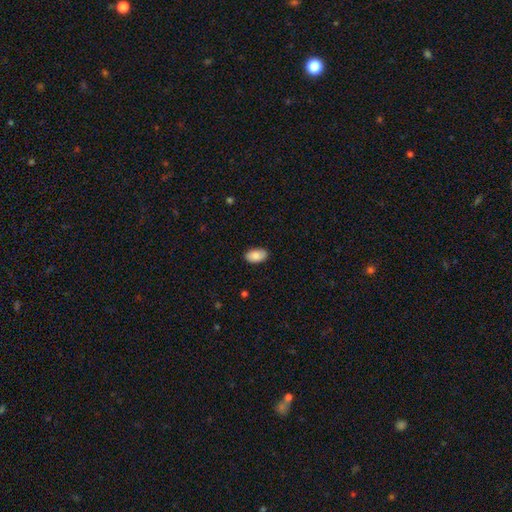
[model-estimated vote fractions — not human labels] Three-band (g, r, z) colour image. It shows a smooth galaxy with no disk features (87%) that is in between round and cigar-shaped (94%). Merging: none (86%).